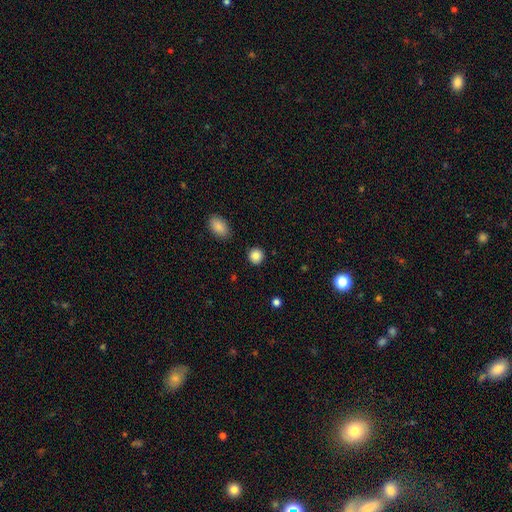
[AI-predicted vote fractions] Q: Smooth or featured?
A: smooth (87%); runner-up: star or artifact (9%)
Q: How rounded?
A: round (89%); runner-up: in between (10%)
Q: Merging?
A: none (87%); runner-up: minor disturbance (8%)